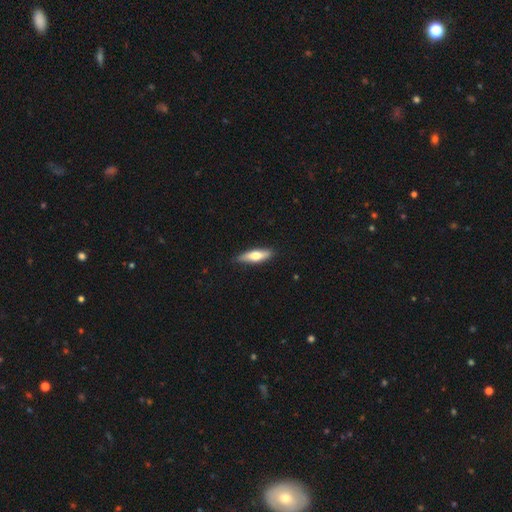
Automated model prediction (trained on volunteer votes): smooth-or-featured: smooth: 60% | featured or disk: 35% | star or artifact: 5%
  how-rounded: cigar-shaped: 61% | in between: 36% | round: 2%
  merging: none: 85% | minor disturbance: 12% | major disturbance: 2% | merger: 1%